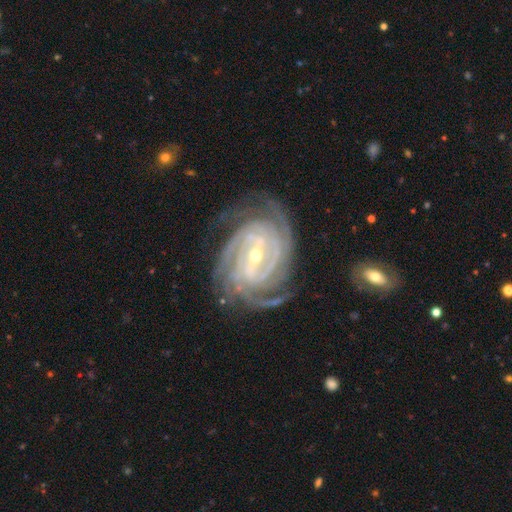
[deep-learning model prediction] Smooth or featured? featured or disk (94%)
Edge-on disk? no (97%)
Bar? strong (55%)
Spiral arms? yes (99%)
Spiral winding? tight (75%)
Spiral arm count? 4 (36%)
Bulge size? small (65%)
Merging? none (77%)